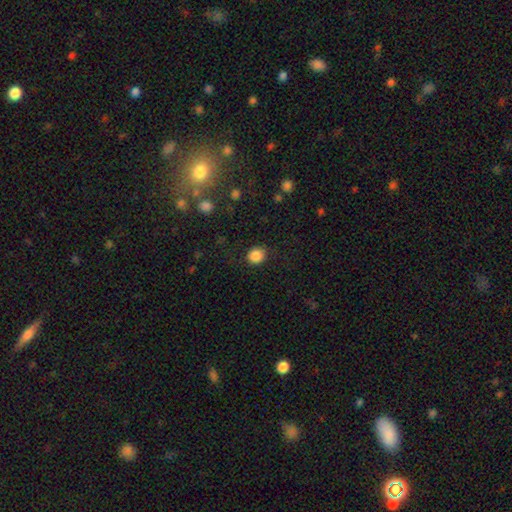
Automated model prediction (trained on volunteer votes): This appears to be a smooth galaxy with no disk features (87%) that is round (81%). Merging: none (83%).